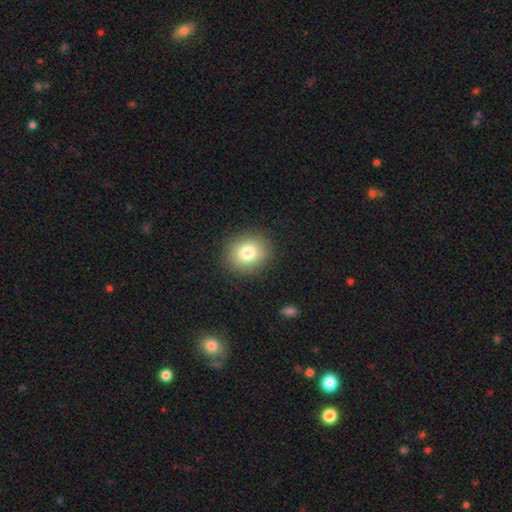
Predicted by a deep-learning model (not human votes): Overall: smooth (71%). How rounded: round (86%). Merging: none (92%).